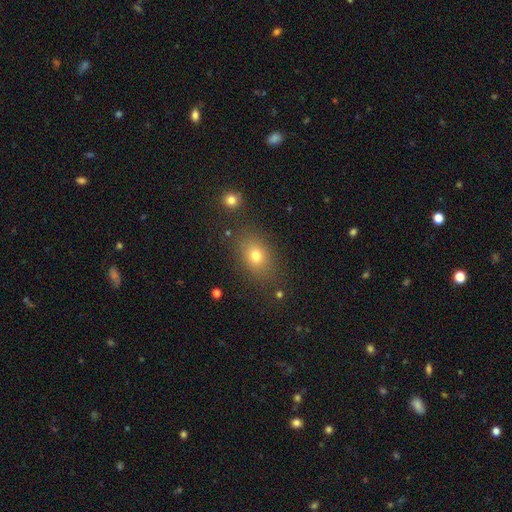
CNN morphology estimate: Smooth or featured? smooth (74%)
How rounded? in between (71%)
Merging? none (80%)